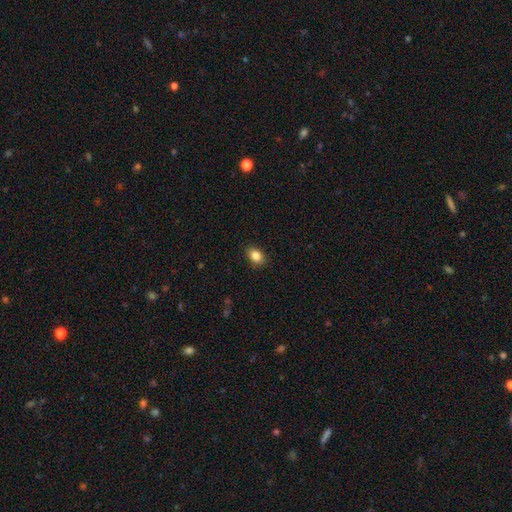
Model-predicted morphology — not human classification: A smooth galaxy with no disk features (85%) that is in between round and cigar-shaped (74%).

Vote fractions:
- Smooth or featured? smooth: 85% / star or artifact: 9% / featured or disk: 6%
- How rounded? in between: 74% / round: 25% / cigar-shaped: 1%
- Merging? none: 87% / minor disturbance: 9% / major disturbance: 2% / merger: 1%